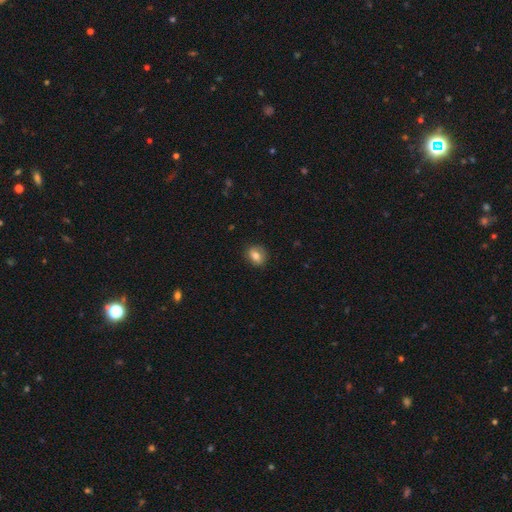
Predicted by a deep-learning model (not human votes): Morphology: type=smooth (75%); roundness=round (51%); merging=none (85%).